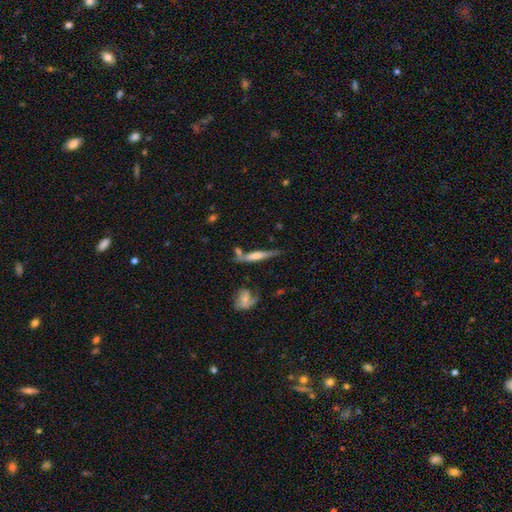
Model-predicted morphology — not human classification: A featured or disk galaxy (58%) viewed edge-on (89%) with a rounded central bulge (56%).

Vote fractions:
- Smooth or featured? featured or disk: 58% / smooth: 35% / star or artifact: 7%
- Edge-on disk? yes: 89% / no: 11%
- Edge-on bulge? rounded: 56% / none: 23% / boxy: 21%
- Merging? none: 60% / minor disturbance: 20% / merger: 13% / major disturbance: 7%